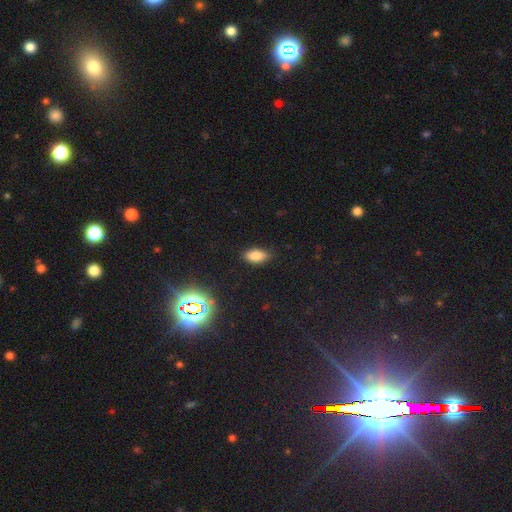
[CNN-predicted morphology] Smooth or featured? Predicted: smooth (p=0.80). How rounded? Predicted: in between (p=0.89). Merging? Predicted: none (p=0.85).